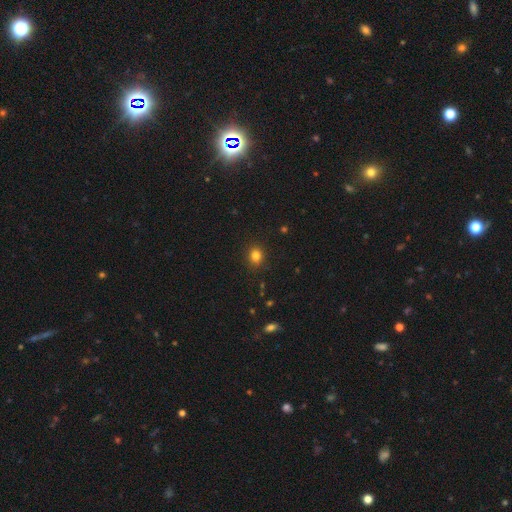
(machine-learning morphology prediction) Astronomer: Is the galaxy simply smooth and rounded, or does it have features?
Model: smooth — 82%.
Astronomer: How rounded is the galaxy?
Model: round — 71%.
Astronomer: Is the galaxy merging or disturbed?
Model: none — 89%.